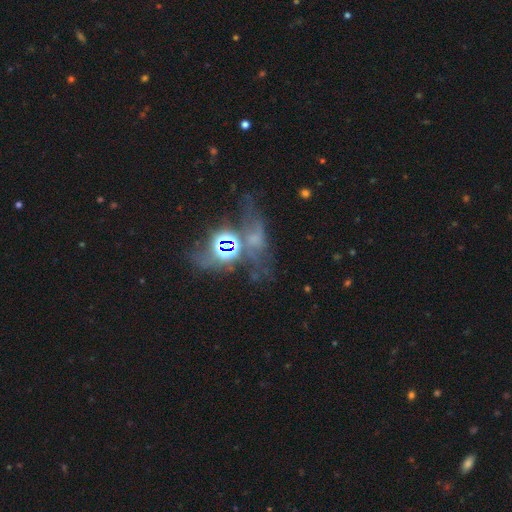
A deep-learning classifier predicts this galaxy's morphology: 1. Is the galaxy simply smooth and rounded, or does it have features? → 39% star or artifact (tied), 39% featured or disk (tied), 22% smooth.